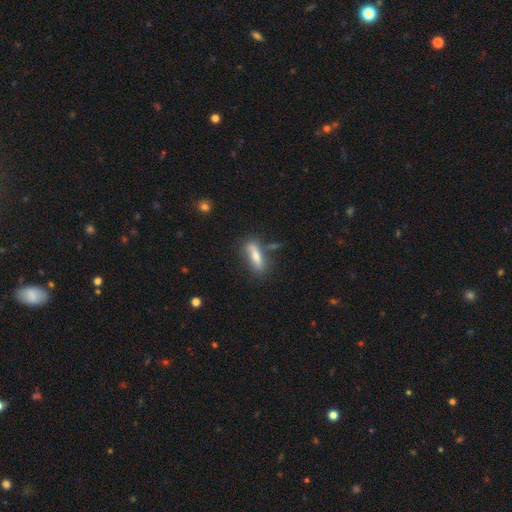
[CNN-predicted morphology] smooth-or-featured: smooth: 56% | featured or disk: 36% | star or artifact: 8%
  how-rounded: cigar-shaped: 66% | in between: 31% | round: 3%
  merging: none: 71% | minor disturbance: 17% | merger: 7% | major disturbance: 5%